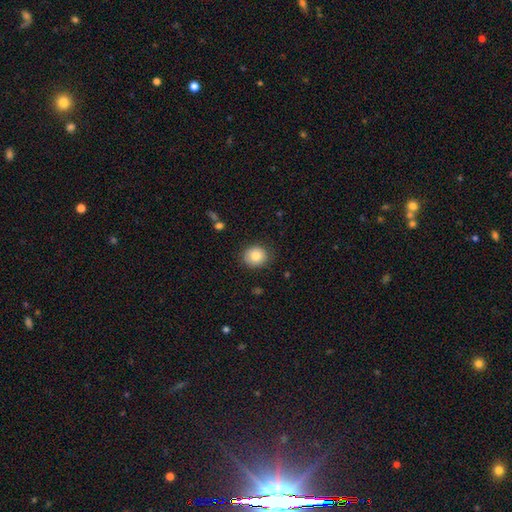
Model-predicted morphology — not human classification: Smooth or featured?
  - smooth: 84% *
  - star or artifact: 9%
  - featured or disk: 7%
How rounded?
  - round: 78% *
  - in between: 21%
  - cigar-shaped: 1%
Merging?
  - none: 86% *
  - minor disturbance: 10%
  - major disturbance: 3%
  - merger: 1%